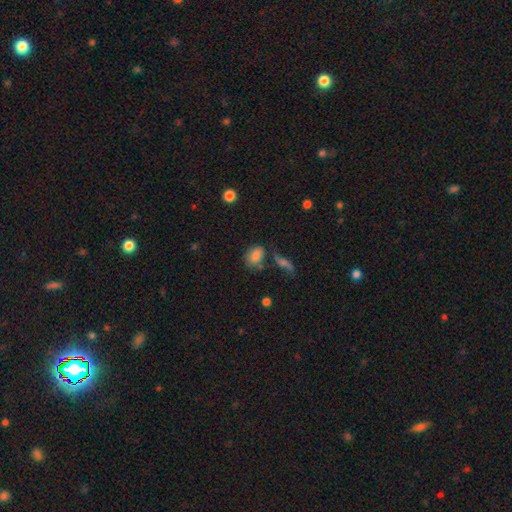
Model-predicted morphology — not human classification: Overall: smooth (81%). How rounded: in between (78%). Merging: none (56%; minor disturbance 20%).